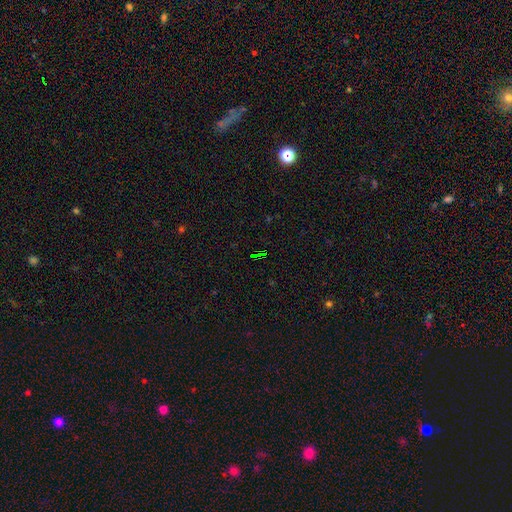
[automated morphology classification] A star or artifact, not a galaxy (75%).